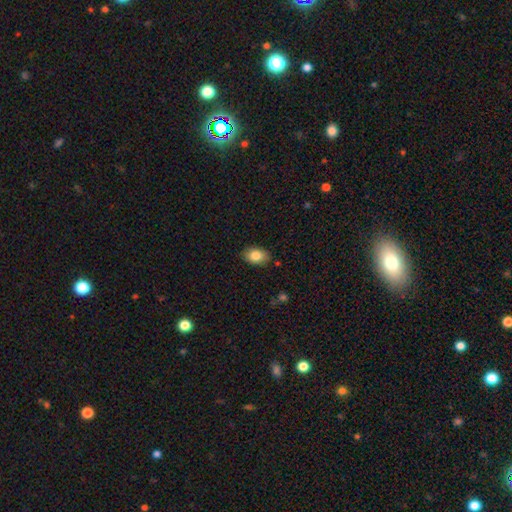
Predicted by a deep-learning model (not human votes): Morphology: type=smooth (83%); roundness=in between (83%); merging=none (84%).